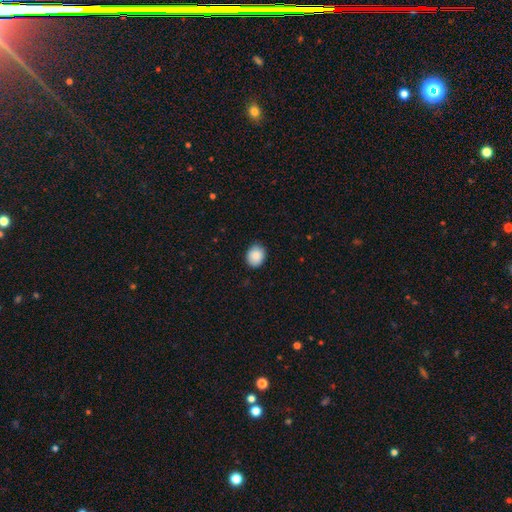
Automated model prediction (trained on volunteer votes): A smooth galaxy with no disk features (89%) that is round (55%). Merging: none (83%).